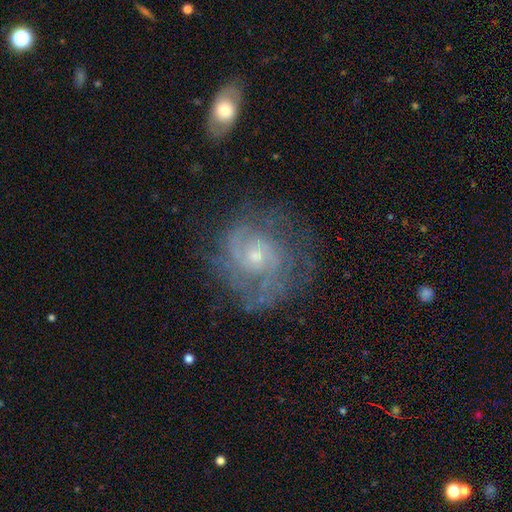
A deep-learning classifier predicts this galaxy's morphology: Smooth or featured? Predicted: featured or disk (p=0.83). Edge-on disk? Predicted: no (p=0.98). Bar? Predicted: no (p=0.69). Spiral arms? Predicted: yes (p=0.93). Spiral winding? Predicted: tight (p=0.54). Spiral arm count? Predicted: 2 (p=0.45). Bulge size? Predicted: small (p=0.62). Merging? Predicted: none (p=0.67).